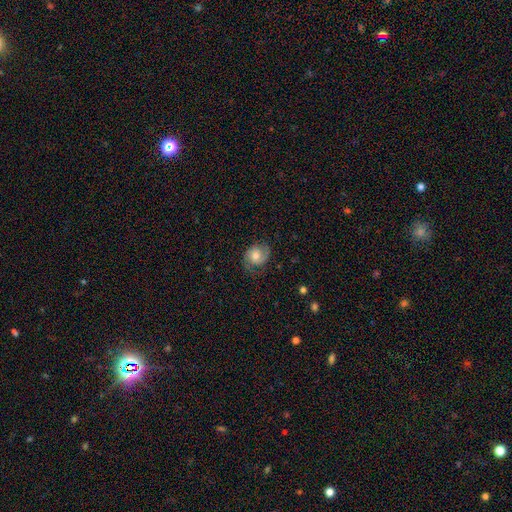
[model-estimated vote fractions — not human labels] Morphology: type=featured or disk (63%); edge-on=no (97%); bar=no (68%); spiral arms=yes (91%); winding=medium (45%); arm count=2 (79%); bulge=moderate (66%); merging=none (69%).